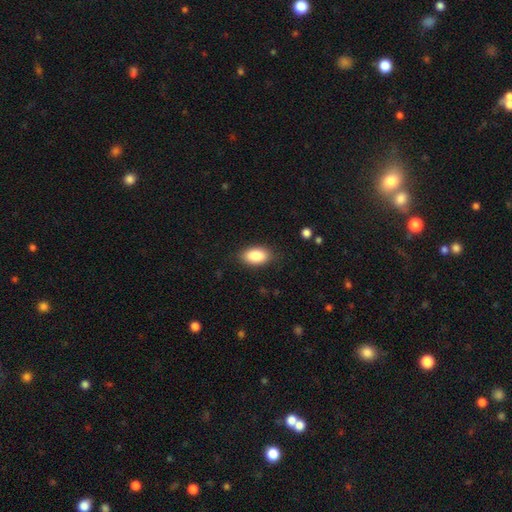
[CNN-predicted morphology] type=smooth (87%); roundness=in between (92%); merging=none (85%).